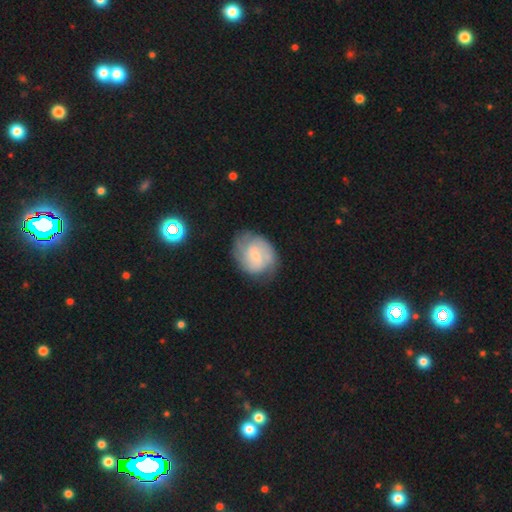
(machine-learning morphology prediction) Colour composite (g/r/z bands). It shows a featured or disk galaxy (63%) with no bar (48%), tight (48%) spiral arms (87%) and a small central bulge (65%). Merging: none (66%).